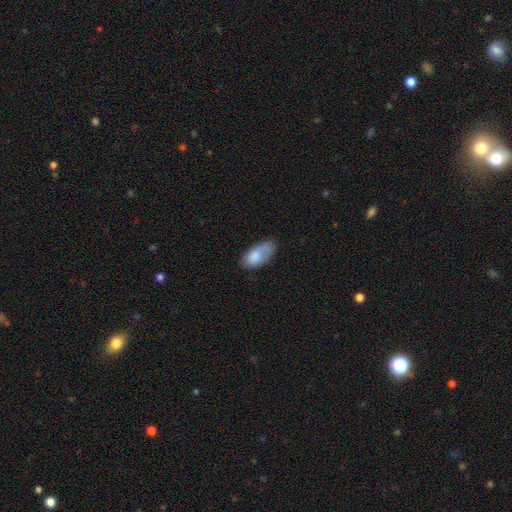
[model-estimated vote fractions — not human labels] This is likely a smooth galaxy (80%). How rounded: clearly in between (93%). Merging: possibly none (54%).